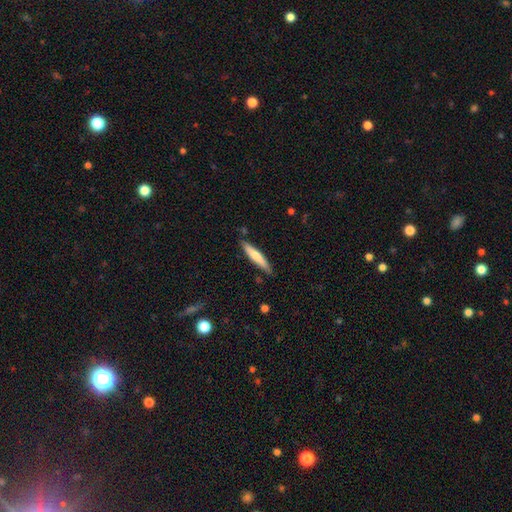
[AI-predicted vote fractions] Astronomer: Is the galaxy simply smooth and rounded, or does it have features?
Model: smooth — 66%.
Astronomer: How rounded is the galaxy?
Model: cigar-shaped — 89%.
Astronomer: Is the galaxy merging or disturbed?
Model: none — 83%.